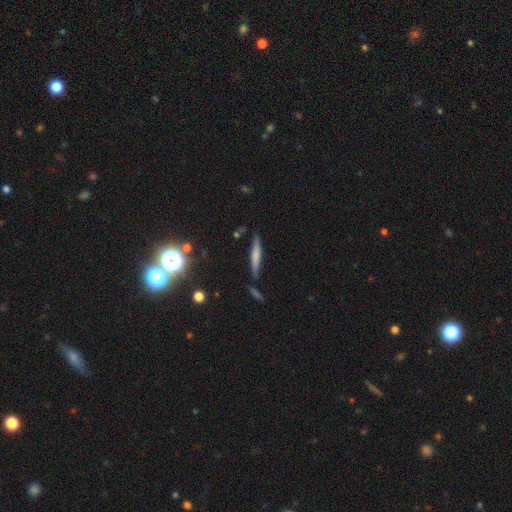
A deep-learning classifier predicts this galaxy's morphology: The model was most divided on "smooth or featured": smooth: 60%, featured or disk: 31%, star or artifact: 8%. More confident: how rounded — cigar-shaped (92%); merging — none (78%).